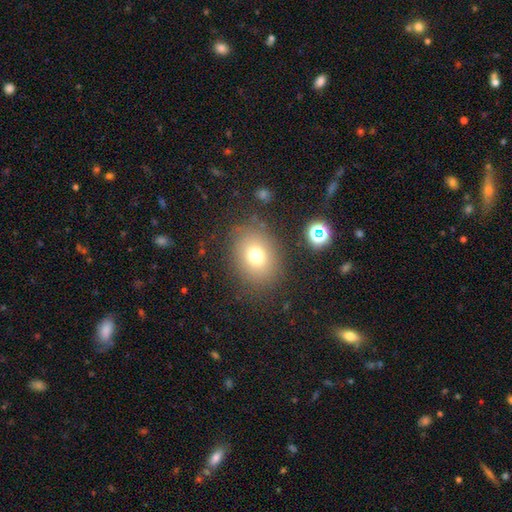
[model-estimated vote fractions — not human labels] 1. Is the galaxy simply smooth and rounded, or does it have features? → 73% smooth, 15% star or artifact, 13% featured or disk.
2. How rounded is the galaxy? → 52% in between, 47% round, 1% cigar-shaped.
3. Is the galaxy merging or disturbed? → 81% none, 11% minor disturbance, 6% major disturbance, 3% merger.